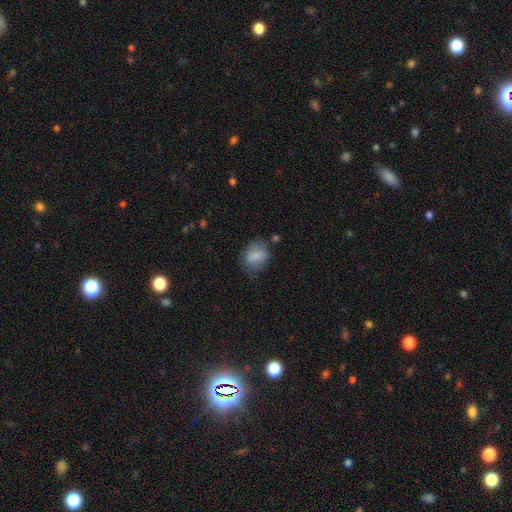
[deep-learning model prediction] Overall: smooth (76%). How rounded: in between (54%; round 45%). Merging: none (63%; minor disturbance 25%).